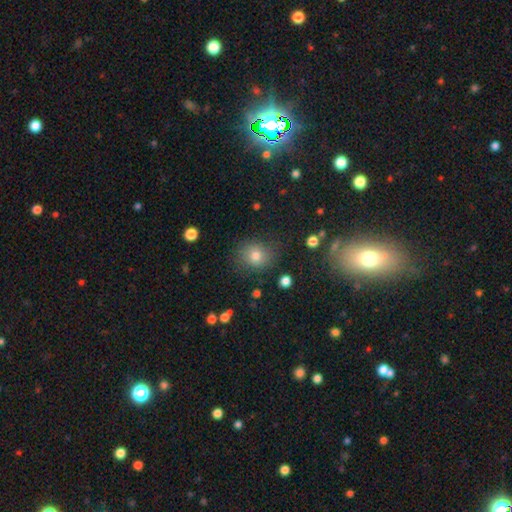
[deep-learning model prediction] smooth_or_featured: smooth (p=0.75) [alt: star or artifact p=0.15]
how_rounded: round (p=0.74) [alt: in between p=0.25]
merging: none (p=0.80) [alt: minor disturbance p=0.13]